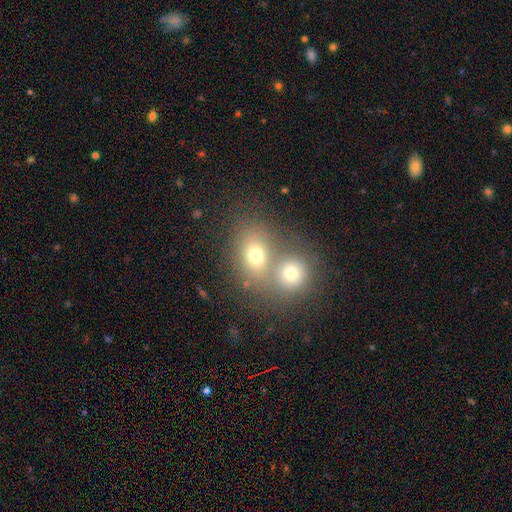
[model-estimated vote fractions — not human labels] A smooth galaxy with no disk features (71%) that is round (56%).

Vote fractions:
- Smooth or featured? smooth: 71% / featured or disk: 15% / star or artifact: 14%
- How rounded? round: 56% / in between: 43% / cigar-shaped: 1%
- Merging? merger: 52% / none: 36% / minor disturbance: 8% / major disturbance: 4%